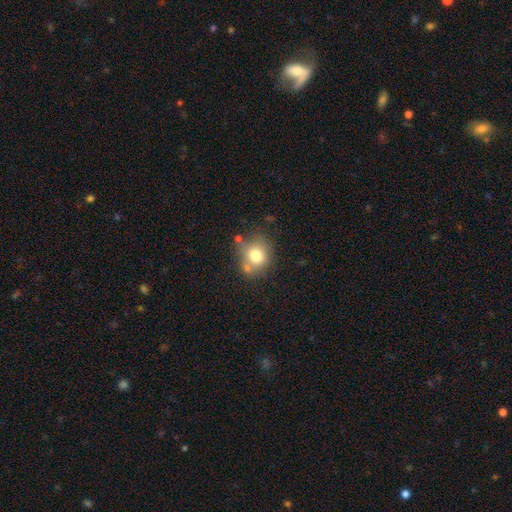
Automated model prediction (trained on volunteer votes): A smooth galaxy with no disk features (75%) that is round (77%).

Vote fractions:
- Smooth or featured? smooth: 75% / featured or disk: 13% / star or artifact: 11%
- How rounded? round: 77% / in between: 22% / cigar-shaped: 1%
- Merging? none: 61% / minor disturbance: 18% / merger: 15% / major disturbance: 6%